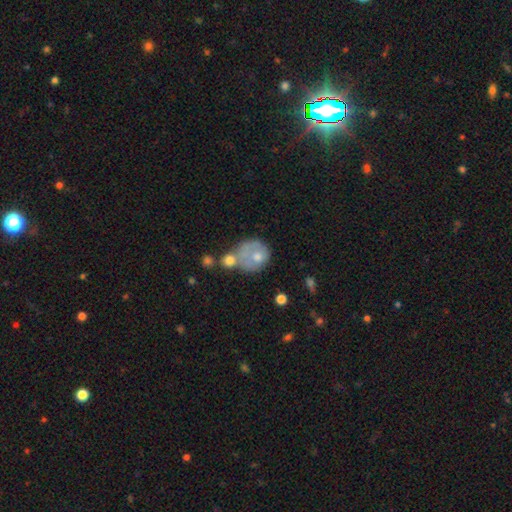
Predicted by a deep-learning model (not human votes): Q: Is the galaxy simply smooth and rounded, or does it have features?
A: smooth — 58%.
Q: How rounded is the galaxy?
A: round — 72%.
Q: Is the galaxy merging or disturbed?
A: merger — 32%.